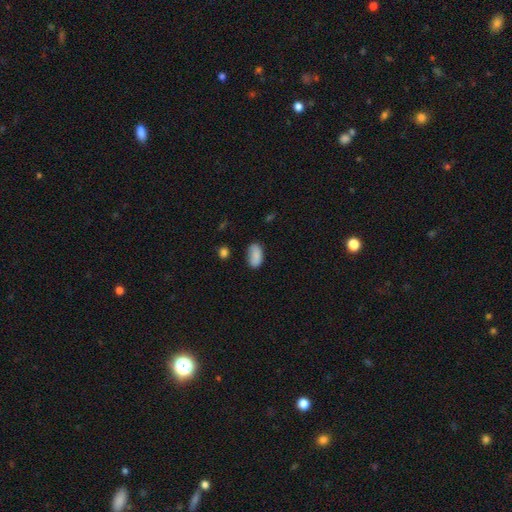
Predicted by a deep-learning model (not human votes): Smooth or featured: smooth — 87% (star or artifact — 8%)
How rounded: in between — 93% (round — 4%)
Merging: none — 69% (minor disturbance — 24%)